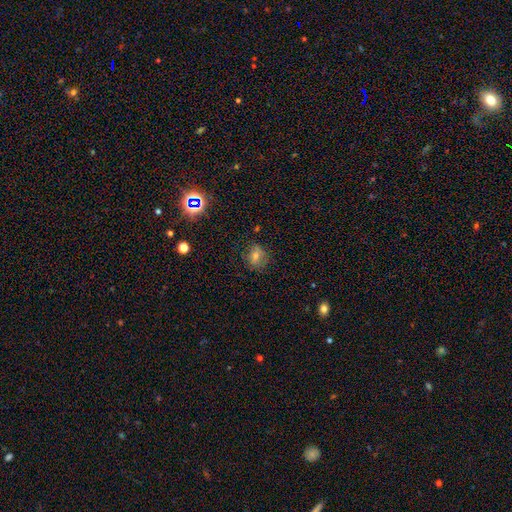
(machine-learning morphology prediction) type=smooth (60%); roundness=round (60%); merging=none (73%).